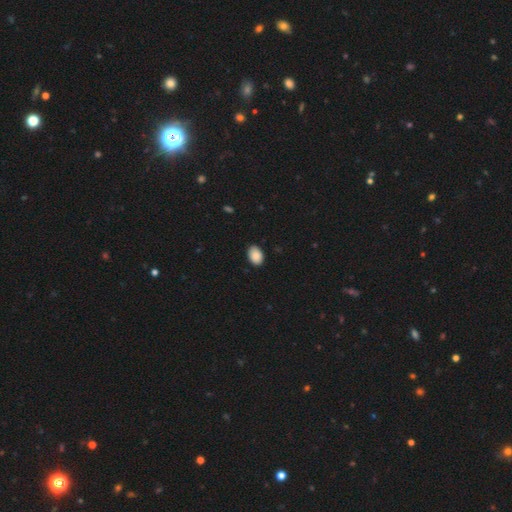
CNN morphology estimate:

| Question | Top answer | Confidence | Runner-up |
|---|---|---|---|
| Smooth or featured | smooth | 89% | star or artifact (7%) |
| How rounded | in between | 83% | round (16%) |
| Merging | none | 85% | minor disturbance (12%) |